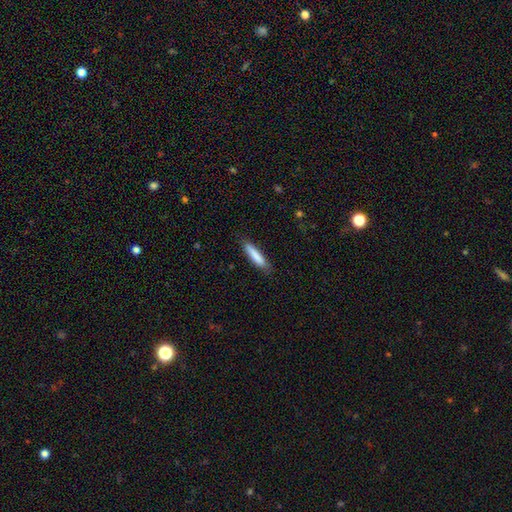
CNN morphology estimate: Q: Smooth or featured?
A: smooth (84%); runner-up: featured or disk (10%)
Q: How rounded?
A: cigar-shaped (85%); runner-up: in between (14%)
Q: Merging?
A: none (84%); runner-up: minor disturbance (12%)